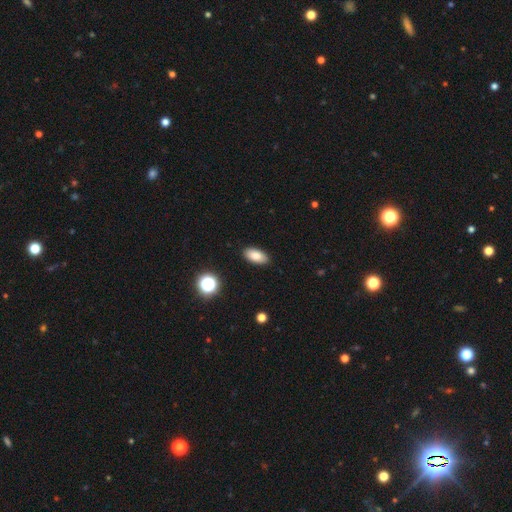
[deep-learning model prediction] Overall: smooth (85%). How rounded: in between (92%). Merging: none (89%).